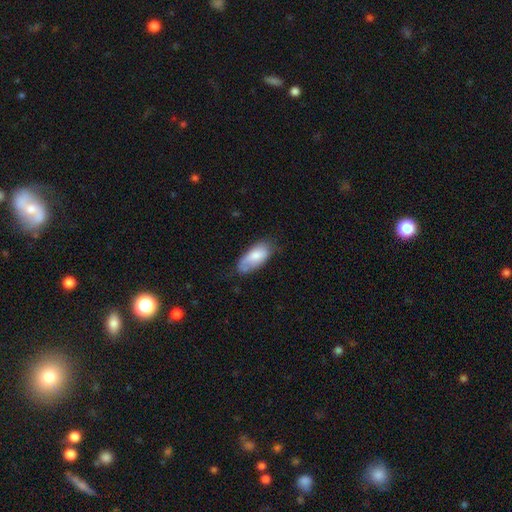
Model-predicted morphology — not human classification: smooth 75%, featured or disk 19%, star or artifact 6%. Down the decision tree: how rounded — in between (88%); merging — none (54%).